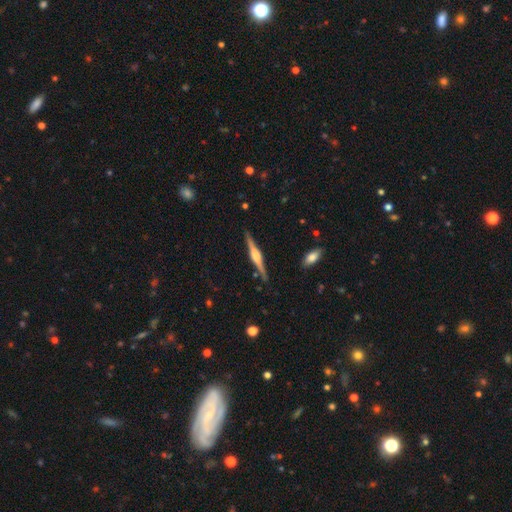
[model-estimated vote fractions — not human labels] Overall: featured or disk (81%). Edge-on disk: yes (98%). Edge-on bulge: rounded (77%). Merging: none (89%).